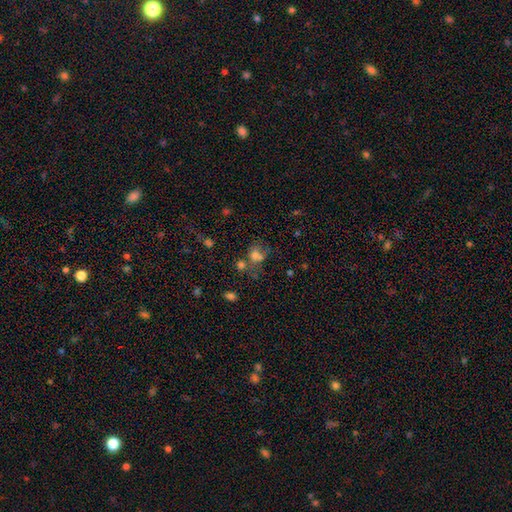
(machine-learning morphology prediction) Overall: smooth (63%). How rounded: round (59%; in between 40%). Merging: merger (40%; none 36%).